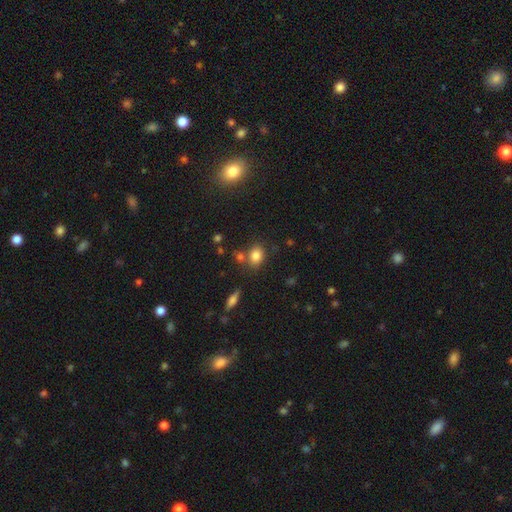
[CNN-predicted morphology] smooth_or_featured: smooth (p=0.82) [alt: star or artifact p=0.11]
how_rounded: in between (p=0.61) [alt: round p=0.37]
merging: none (p=0.68) [alt: merger p=0.15]